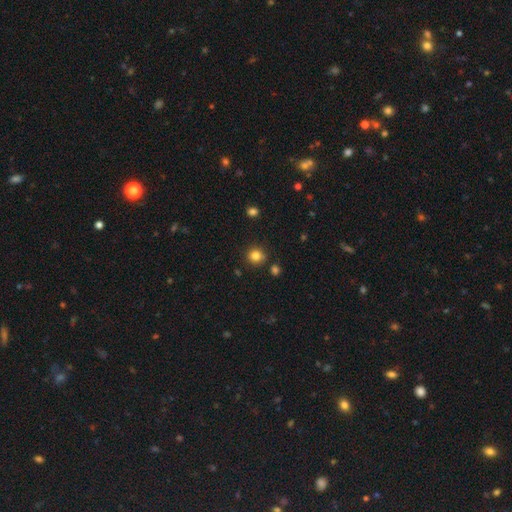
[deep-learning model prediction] smooth 82%, star or artifact 12%, featured or disk 5%. Down the decision tree: how rounded — round (90%); merging — none (85%).